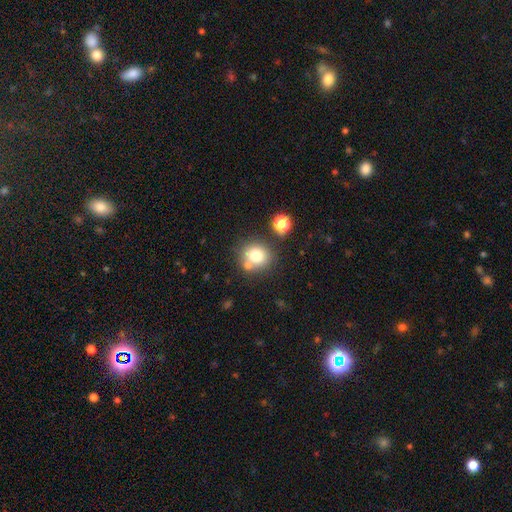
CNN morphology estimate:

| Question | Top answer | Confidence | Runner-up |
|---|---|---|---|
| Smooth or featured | smooth | 75% | featured or disk (13%) |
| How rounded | round | 80% | in between (19%) |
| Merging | none | 67% | merger (18%) |